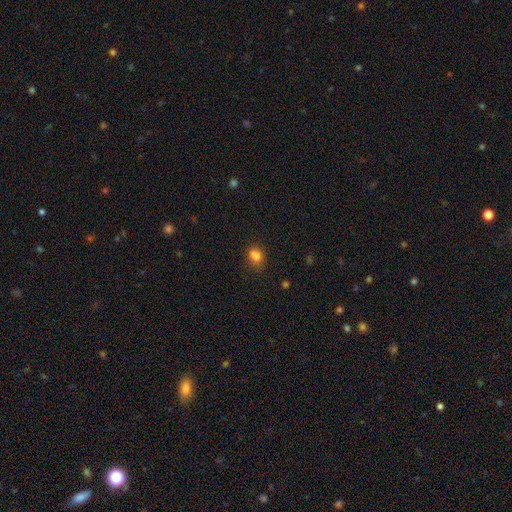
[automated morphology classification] The model was most divided on "how rounded": in between: 51%, round: 48%, cigar-shaped: 1%. More confident: smooth or featured — smooth (81%); merging — none (63%).